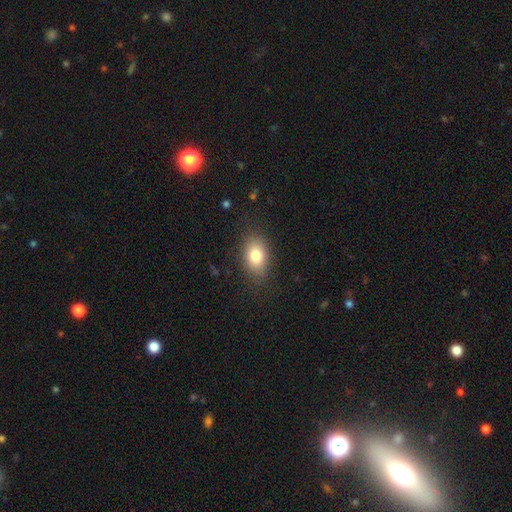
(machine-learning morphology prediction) type=smooth (81%); roundness=in between (82%); merging=none (82%).